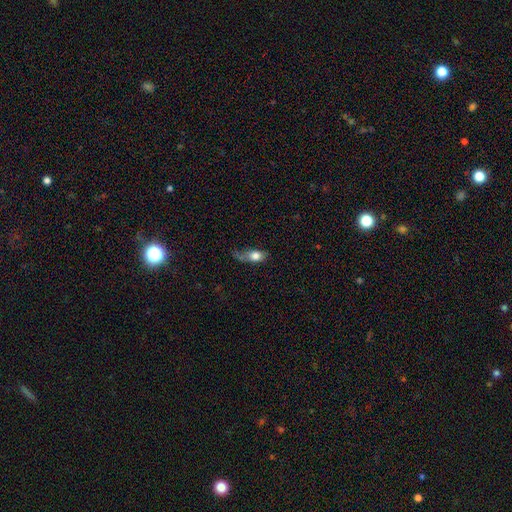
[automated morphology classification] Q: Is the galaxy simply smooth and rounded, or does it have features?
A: smooth — 76%.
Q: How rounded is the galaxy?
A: in between — 77%.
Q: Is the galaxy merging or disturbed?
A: minor disturbance — 34%.